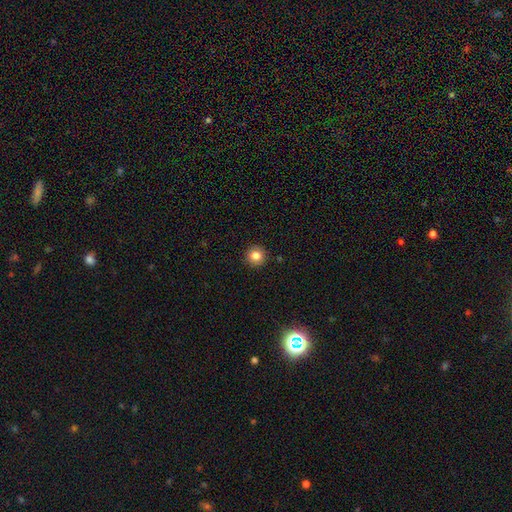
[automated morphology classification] The model was most divided on "smooth or featured": smooth: 83%, star or artifact: 11%, featured or disk: 6%. More confident: how rounded — round (95%); merging — none (91%).